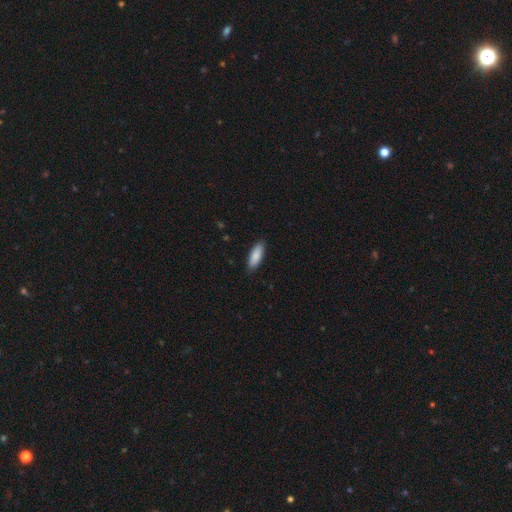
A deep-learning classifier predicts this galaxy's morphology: type=smooth (88%); roundness=in between (66%); merging=none (87%).